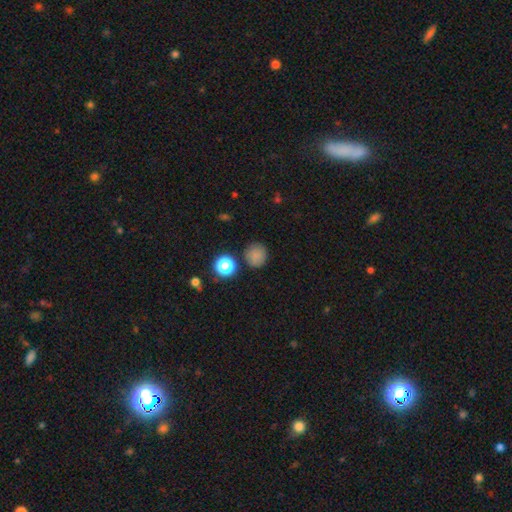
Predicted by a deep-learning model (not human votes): Overall: smooth (80%). How rounded: round (90%). Merging: none (83%).